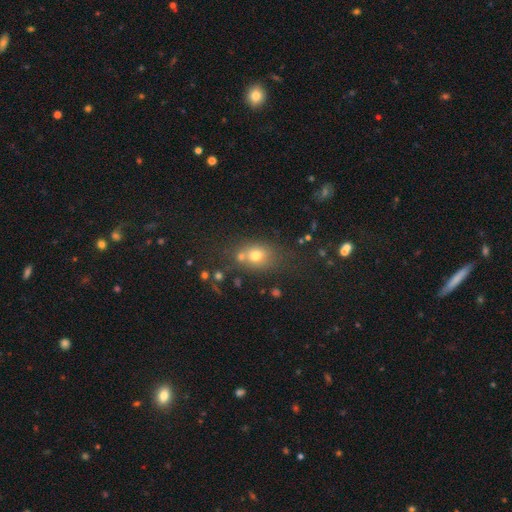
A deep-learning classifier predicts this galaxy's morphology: Smooth or featured?
  - smooth: 70% *
  - star or artifact: 15%
  - featured or disk: 15%
How rounded?
  - round: 51% *
  - in between: 47%
  - cigar-shaped: 1%
Merging?
  - none: 54% *
  - merger: 26%
  - minor disturbance: 14%
  - major disturbance: 6%